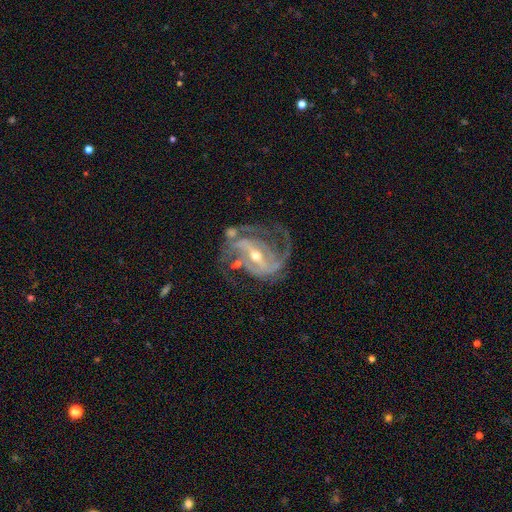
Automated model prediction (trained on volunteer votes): Smooth or featured?
  - featured or disk: 90% *
  - star or artifact: 6%
  - smooth: 4%
Edge-on disk?
  - no: 96% *
  - yes: 4%
Bar?
  - strong: 61% *
  - weak: 29%
  - no: 10%
Spiral arms?
  - yes: 96% *
  - no: 4%
Spiral winding?
  - medium: 51% *
  - tight: 28%
  - loose: 21%
Spiral arm count?
  - 2: 59% *
  - 3: 19%
  - can't tell: 10%
  - 4: 4%
  - 1: 4%
  - more than 4: 3%
Bulge size?
  - small: 50% *
  - moderate: 47%
  - large: 2%
  - none: 1%
  - dominant: 1%
Merging?
  - none: 54% *
  - major disturbance: 20%
  - minor disturbance: 20%
  - merger: 6%